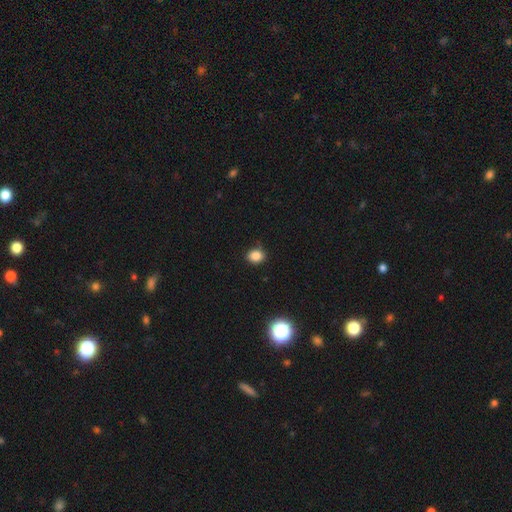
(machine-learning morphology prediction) Smooth or featured: smooth — 84% (star or artifact — 12%)
How rounded: round — 57% (in between — 42%)
Merging: none — 79% (minor disturbance — 16%)